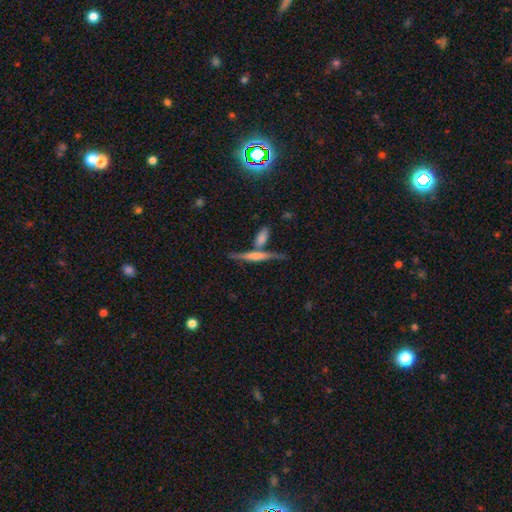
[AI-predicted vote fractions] featured or disk 56%, smooth 37%, star or artifact 8%. Down the decision tree: edge-on disk — yes (93%); edge-on bulge — rounded (43%); merging — none (61%).